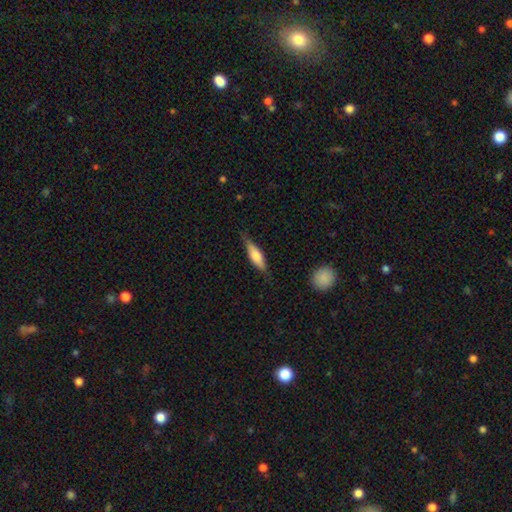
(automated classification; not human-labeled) Smooth or featured? smooth (57%)
How rounded? cigar-shaped (57%)
Merging? none (76%)